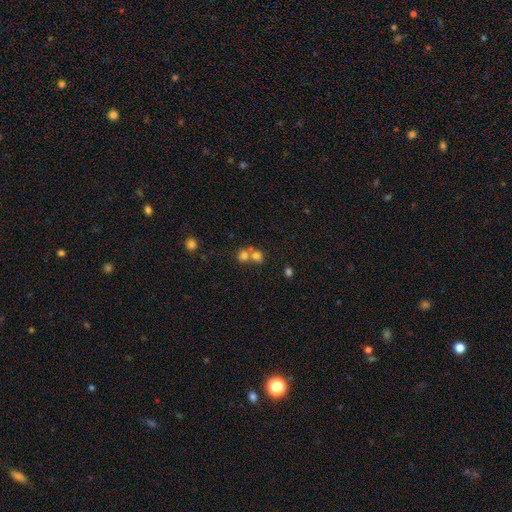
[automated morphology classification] This appears to be a smooth galaxy with no disk features (73%) that is round (73%). Merging: merger (57%).